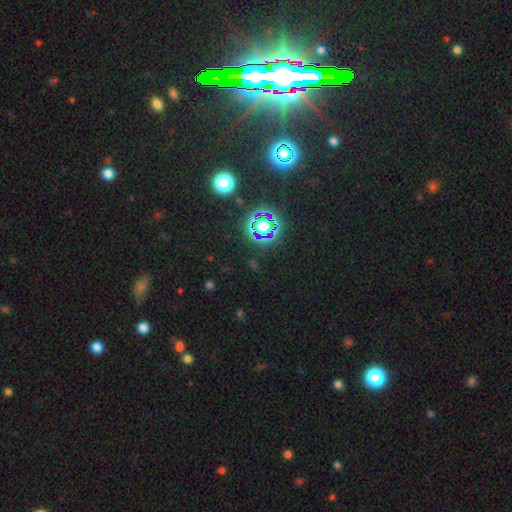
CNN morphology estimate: This is clearly a star or artifact rather than a galaxy (81%).